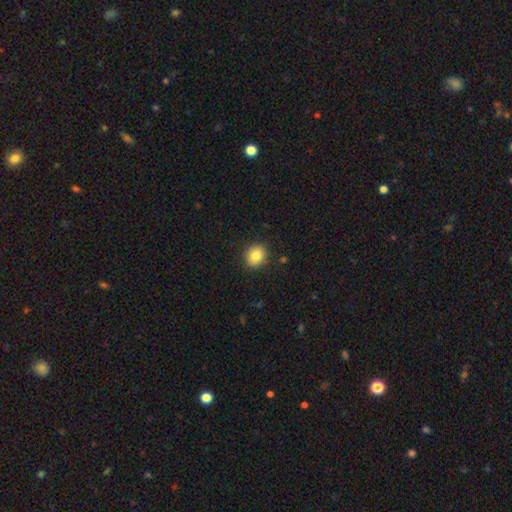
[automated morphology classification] Smooth or featured? Predicted: smooth (p=0.83). How rounded? Predicted: round (p=0.65). Merging? Predicted: none (p=0.88).